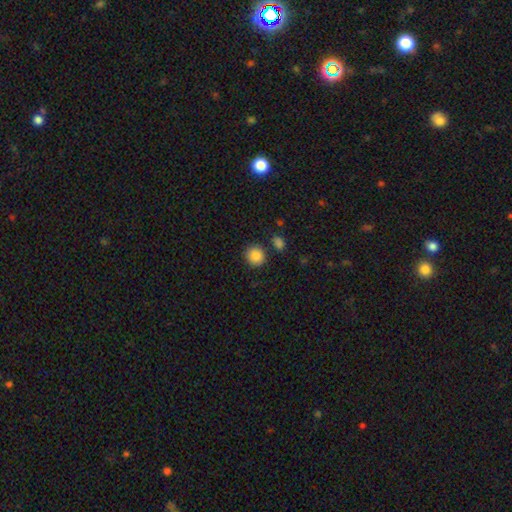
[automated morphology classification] The model was most divided on "how rounded": round: 86%, in between: 13%, cigar-shaped: 1%. More confident: smooth or featured — smooth (87%); merging — none (83%).